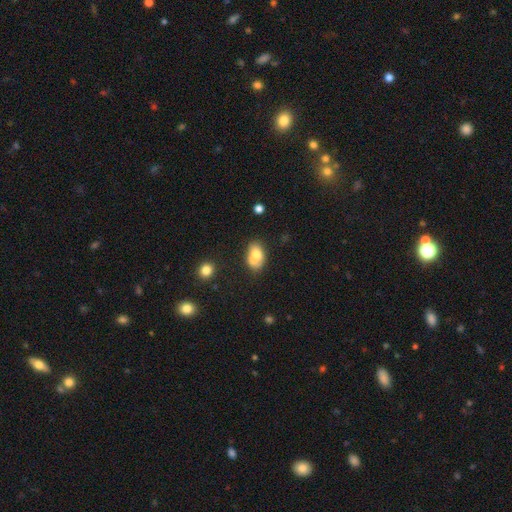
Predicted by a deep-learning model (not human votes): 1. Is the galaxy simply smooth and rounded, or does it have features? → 67% smooth, 24% featured or disk, 9% star or artifact.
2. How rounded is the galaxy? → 75% in between, 23% round, 2% cigar-shaped.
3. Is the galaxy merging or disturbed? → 49% merger, 32% none, 13% minor disturbance, 6% major disturbance.